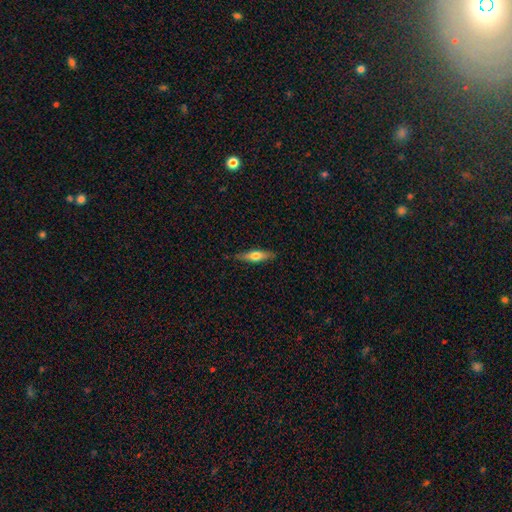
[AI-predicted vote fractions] Smooth or featured?
  - smooth: 55% *
  - featured or disk: 39%
  - star or artifact: 6%
How rounded?
  - cigar-shaped: 66% *
  - in between: 32%
  - round: 2%
Merging?
  - none: 84% *
  - minor disturbance: 12%
  - major disturbance: 2%
  - merger: 1%